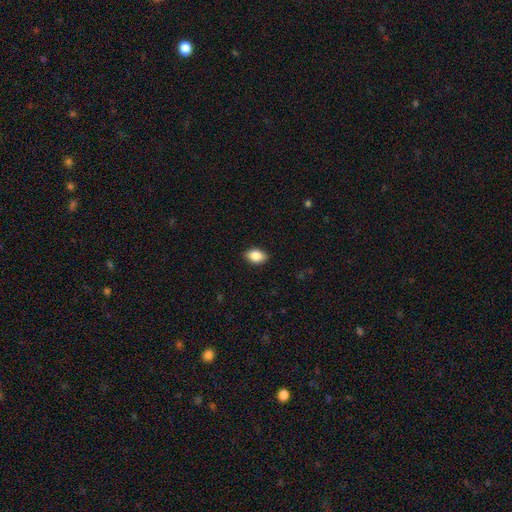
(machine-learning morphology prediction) Q: Smooth or featured?
A: smooth (85%); runner-up: star or artifact (8%)
Q: How rounded?
A: in between (84%); runner-up: round (14%)
Q: Merging?
A: none (86%); runner-up: minor disturbance (11%)